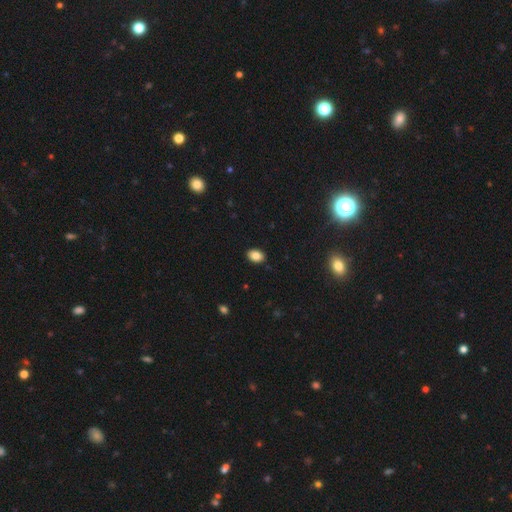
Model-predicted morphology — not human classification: Smooth or featured: smooth — 85% (star or artifact — 9%)
How rounded: in between — 81% (round — 17%)
Merging: none — 89% (minor disturbance — 8%)